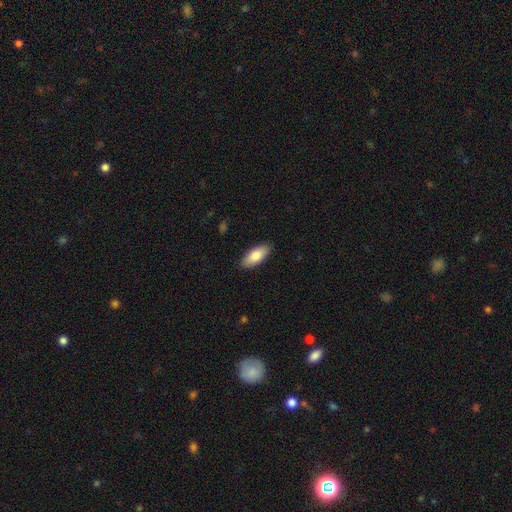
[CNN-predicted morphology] A smooth galaxy with no disk features (82%) that is in between round and cigar-shaped (83%). Merging: none (89%).